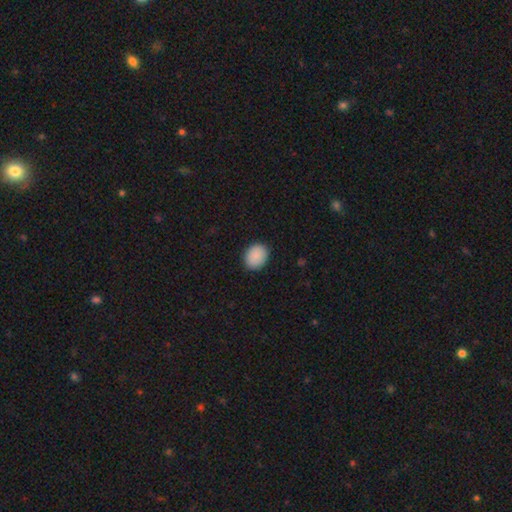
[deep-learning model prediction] Q: Smooth or featured?
A: smooth (90%); runner-up: star or artifact (8%)
Q: How rounded?
A: in between (52%); runner-up: round (47%)
Q: Merging?
A: none (89%); runner-up: minor disturbance (8%)